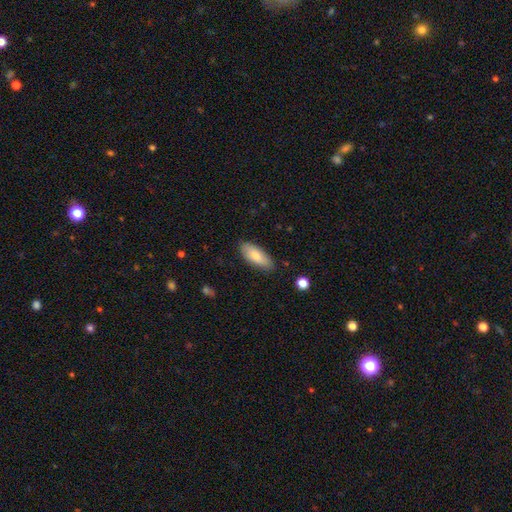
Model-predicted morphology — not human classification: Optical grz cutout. It shows a smooth galaxy with no disk features (78%) that is in between round and cigar-shaped (80%). Merging: none (83%).